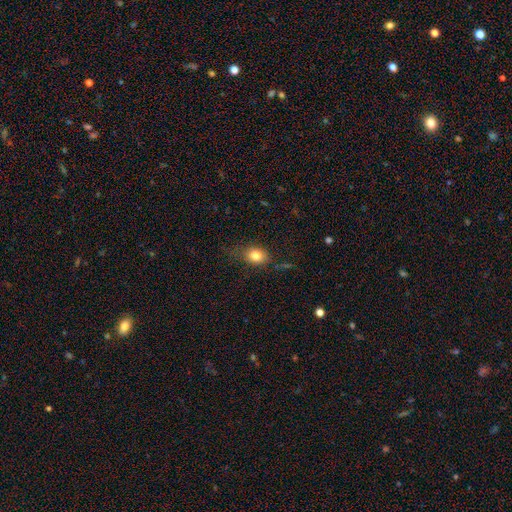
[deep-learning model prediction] smooth 80%, star or artifact 11%, featured or disk 9%. Down the decision tree: how rounded — in between (55%); merging — none (68%).